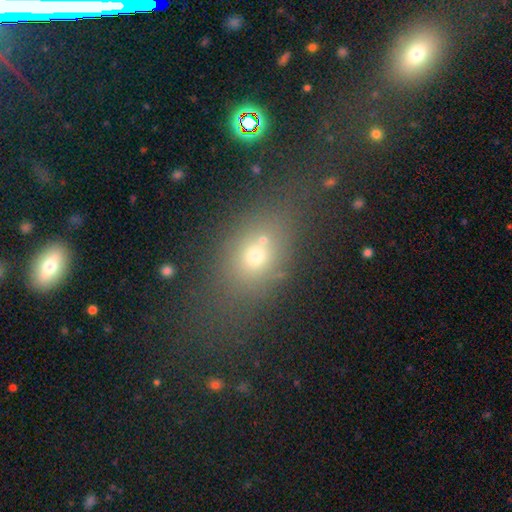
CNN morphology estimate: Overall: smooth (58%; star or artifact 25%). How rounded: in between (58%; round 34%). Merging: none (55%; merger 19%).